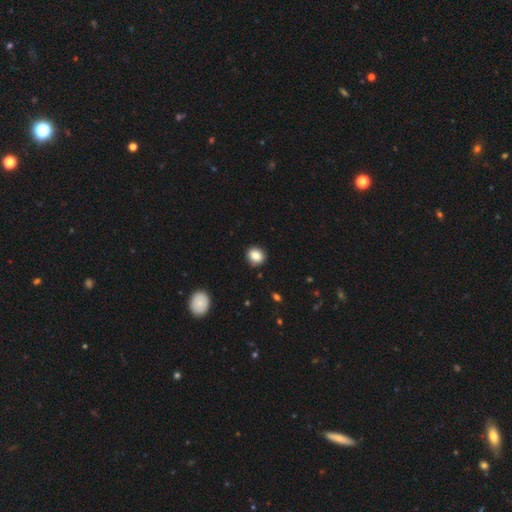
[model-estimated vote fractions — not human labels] Smooth or featured? smooth (84%)
How rounded? round (72%)
Merging? none (88%)